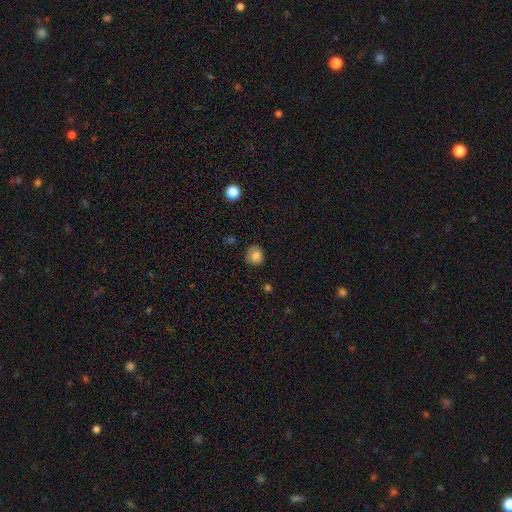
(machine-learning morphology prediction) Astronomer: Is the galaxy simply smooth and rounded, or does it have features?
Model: smooth — 79%.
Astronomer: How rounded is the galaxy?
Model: round — 81%.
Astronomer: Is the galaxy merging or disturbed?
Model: none — 73%.